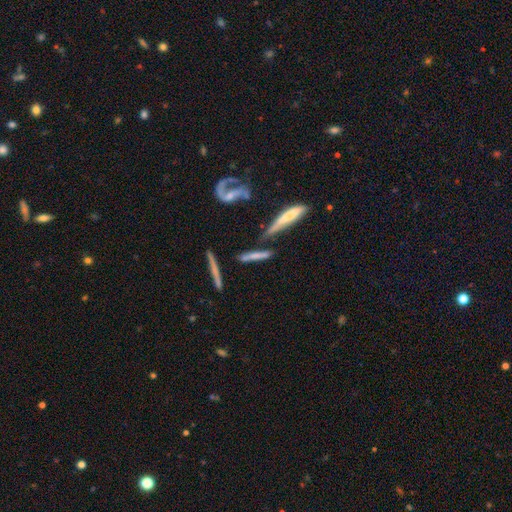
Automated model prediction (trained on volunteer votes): smooth-or-featured: smooth: 54% | featured or disk: 36% | star or artifact: 10%
  how-rounded: cigar-shaped: 86% | in between: 11% | round: 3%
  merging: none: 47% | merger: 26% | minor disturbance: 17% | major disturbance: 10%